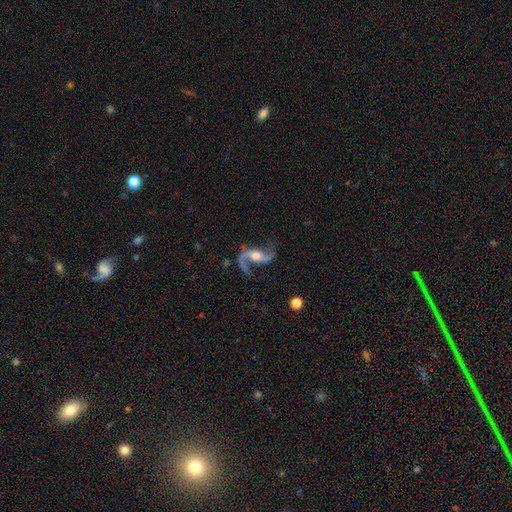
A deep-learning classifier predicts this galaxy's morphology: featured or disk 91%, star or artifact 5%, smooth 4%. Down the decision tree: edge-on disk — no (97%); bar — no (49%); spiral arms — yes (97%); spiral arm count — 2 (93%); spiral winding — loose (73%); bulge size — moderate (58%); merging — none (71%).